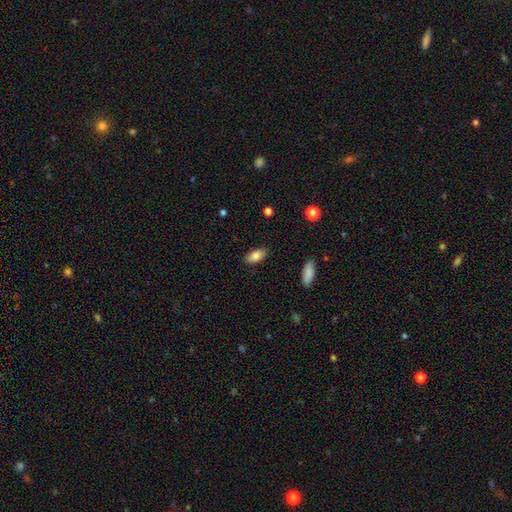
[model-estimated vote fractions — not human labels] A smooth galaxy with no disk features (84%) that is in between round and cigar-shaped (91%). Merging: none (87%).